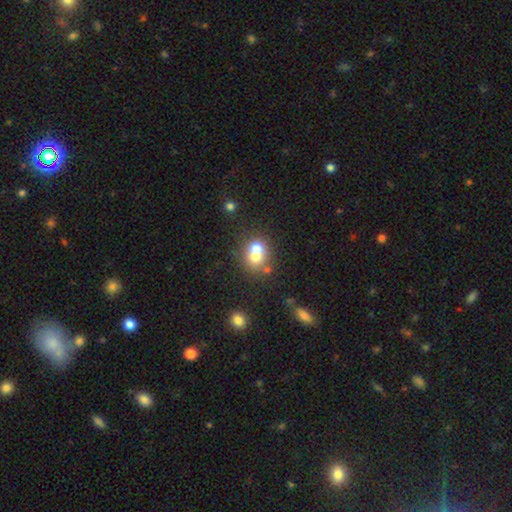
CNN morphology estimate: Smooth or featured? Predicted: smooth (p=0.66). How rounded? Predicted: round (p=0.74). Merging? Predicted: merger (p=0.59).